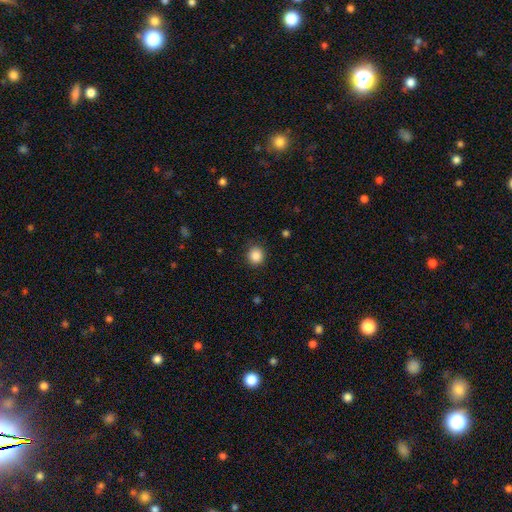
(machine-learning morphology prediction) Smooth or featured? Predicted: smooth (p=0.87). How rounded? Predicted: round (p=0.90). Merging? Predicted: none (p=0.89).